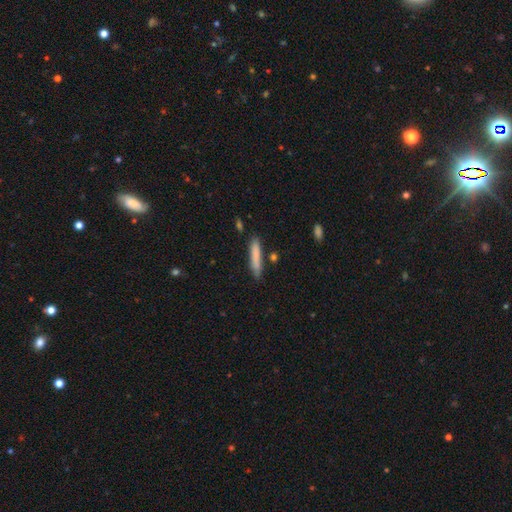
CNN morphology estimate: smooth_or_featured: smooth (p=0.81) [alt: featured or disk p=0.12]
how_rounded: cigar-shaped (p=0.90) [alt: in between p=0.08]
merging: none (p=0.81) [alt: minor disturbance p=0.13]